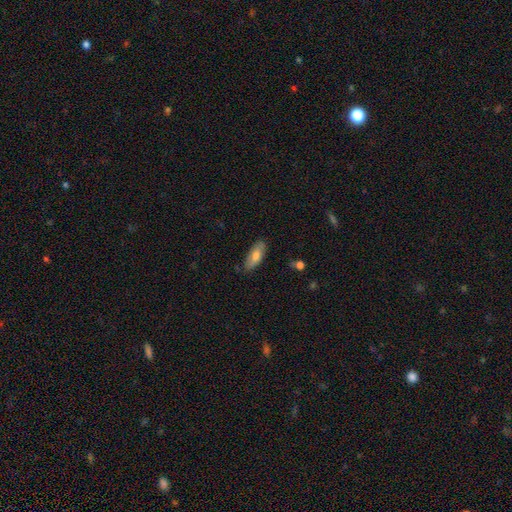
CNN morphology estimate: smooth-or-featured: smooth: 75% | featured or disk: 19% | star or artifact: 6%
  how-rounded: in between: 81% | cigar-shaped: 17% | round: 2%
  merging: none: 80% | minor disturbance: 16% | major disturbance: 3% | merger: 2%